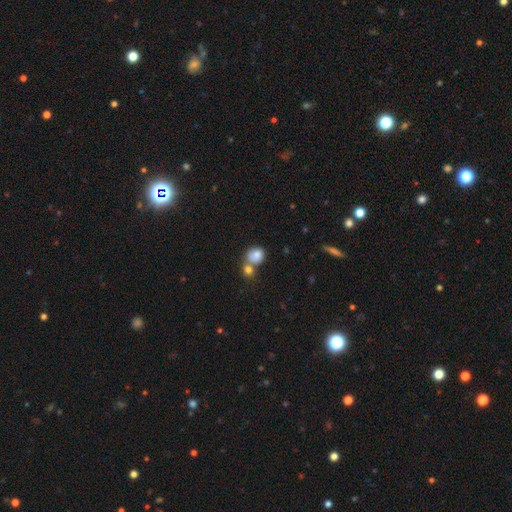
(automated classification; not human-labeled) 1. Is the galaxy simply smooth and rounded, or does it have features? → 80% smooth, 11% featured or disk, 9% star or artifact.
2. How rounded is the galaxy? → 77% round, 22% in between, 1% cigar-shaped.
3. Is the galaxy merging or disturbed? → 44% none, 40% merger, 12% minor disturbance, 5% major disturbance.